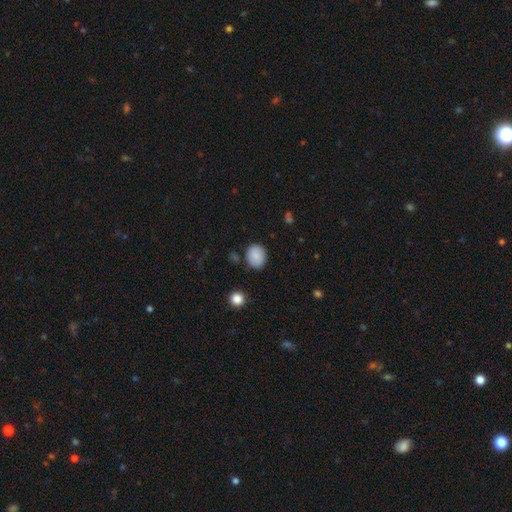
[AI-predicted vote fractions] The model was most divided on "how rounded": round: 62%, in between: 37%, cigar-shaped: 1%. More confident: smooth or featured — smooth (87%); merging — none (81%).